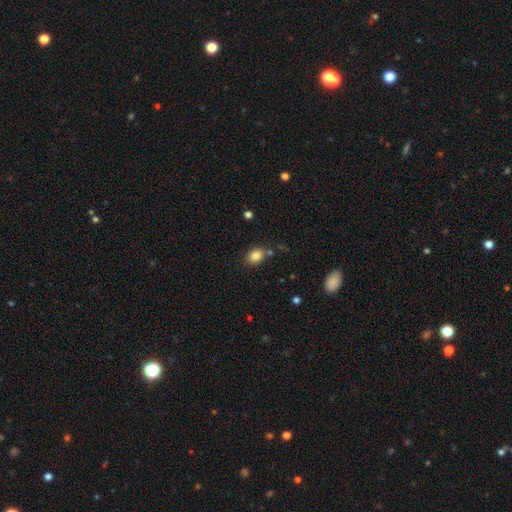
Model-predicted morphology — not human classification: The model was most divided on "how rounded": in between: 53%, round: 46%, cigar-shaped: 1%. More confident: smooth or featured — smooth (83%); merging — none (76%).